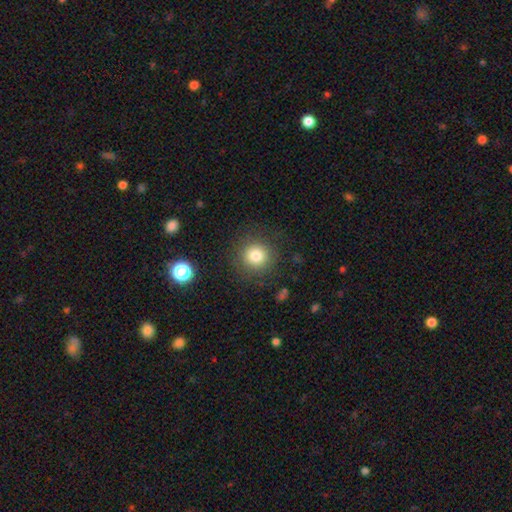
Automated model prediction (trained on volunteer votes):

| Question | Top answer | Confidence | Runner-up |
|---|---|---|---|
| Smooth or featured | smooth | 80% | star or artifact (12%) |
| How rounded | round | 93% | in between (6%) |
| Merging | none | 87% | minor disturbance (8%) |